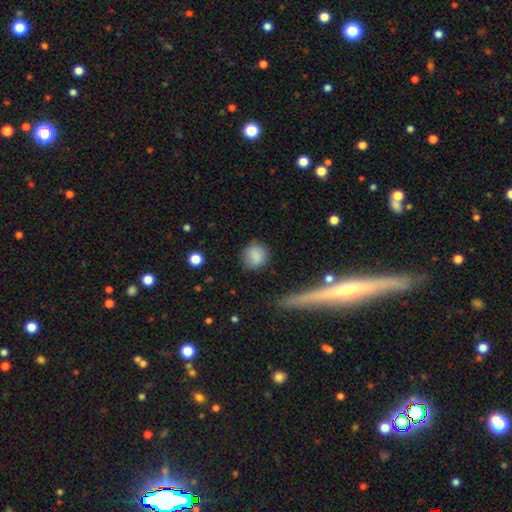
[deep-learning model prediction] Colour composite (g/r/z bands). It shows a smooth galaxy with no disk features (85%) that is round (81%). Merging: none (79%).